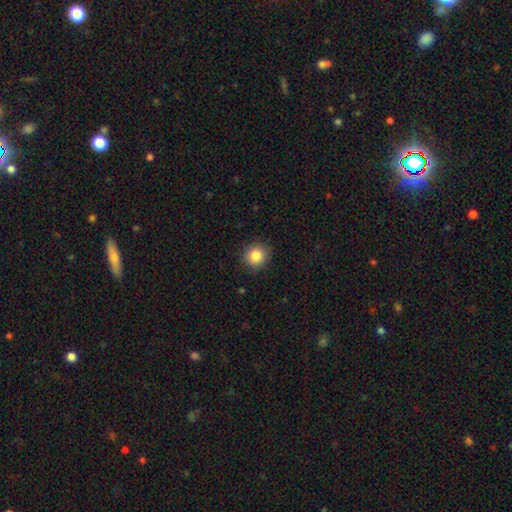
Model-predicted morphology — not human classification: This is clearly a smooth galaxy (85%). How rounded: clearly round (86%). Merging: clearly none (88%).